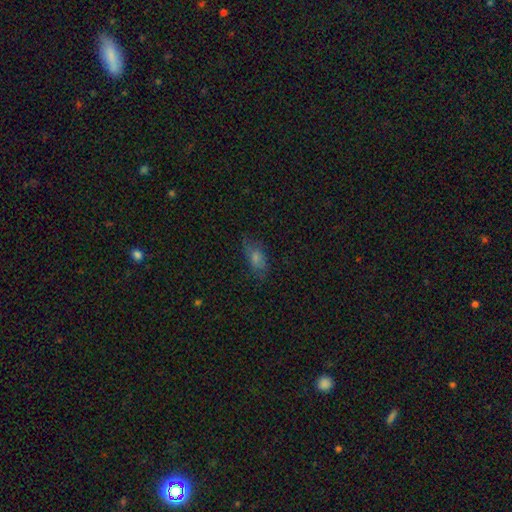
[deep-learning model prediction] Smooth or featured? Predicted: smooth (p=0.57). How rounded? Predicted: in between (p=0.78). Merging? Predicted: none (p=0.69).